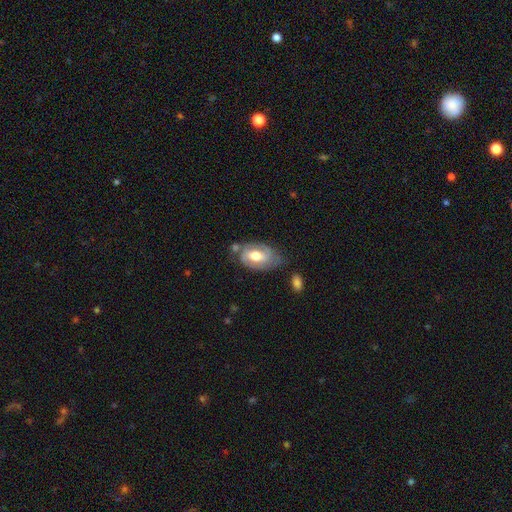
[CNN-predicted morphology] The model was most divided on "bar": weak: 43%, no: 42%, strong: 15%. Remaining: edge-on disk — no (94%); spiral arms — yes (79%); bulge size — moderate (65%); smooth or featured — featured or disk (59%); merging — none (50%).